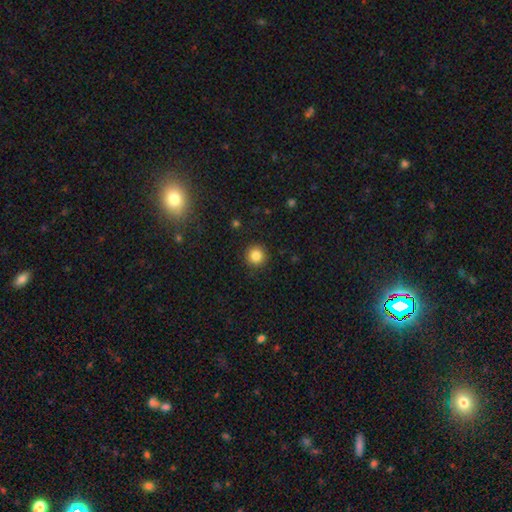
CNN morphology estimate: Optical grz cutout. It shows a smooth galaxy with no disk features (85%) that is round (95%). Merging: none (92%).